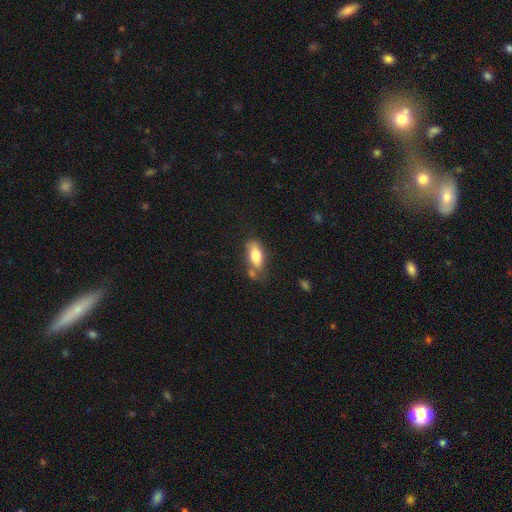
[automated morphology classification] Smooth or featured: smooth — 76% (featured or disk — 17%)
How rounded: in between — 81% (cigar-shaped — 15%)
Merging: none — 59% (minor disturbance — 22%)